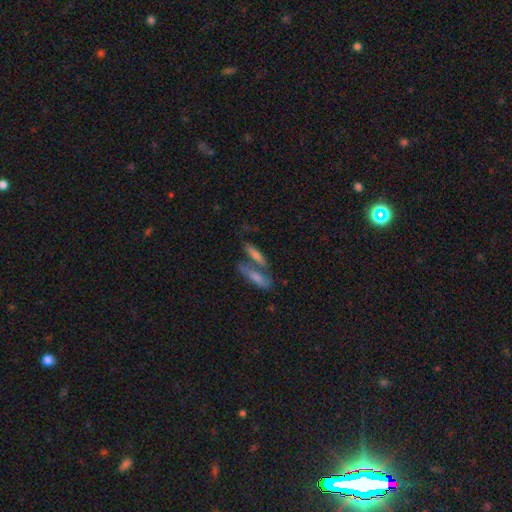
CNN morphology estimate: smooth-or-featured: smooth: 55% | featured or disk: 34% | star or artifact: 12%
  how-rounded: cigar-shaped: 65% | in between: 31% | round: 4%
  merging: merger: 47% | none: 40% | minor disturbance: 8% | major disturbance: 4%